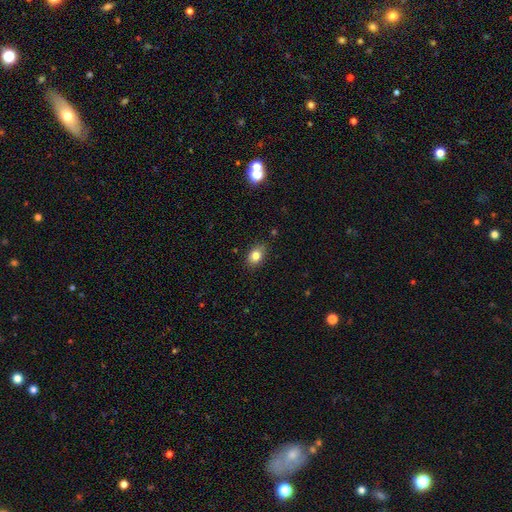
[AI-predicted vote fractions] smooth_or_featured: smooth (p=0.82) [alt: star or artifact p=0.10]
how_rounded: in between (p=0.76) [alt: round p=0.23]
merging: none (p=0.84) [alt: minor disturbance p=0.12]